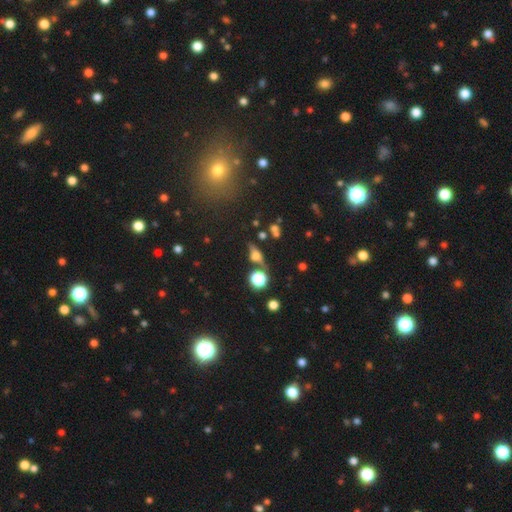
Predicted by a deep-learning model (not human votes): A featured or disk galaxy (45%). Merging: none (68%).